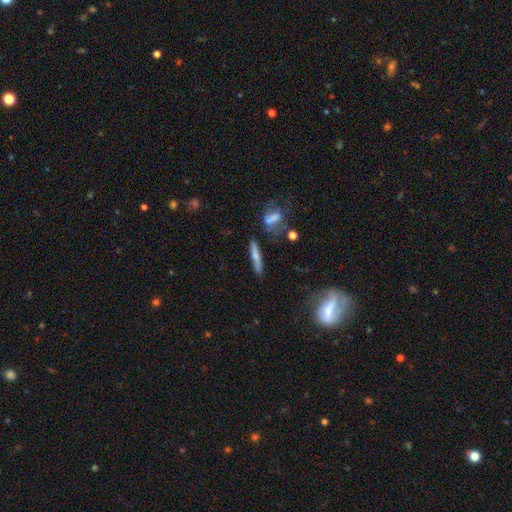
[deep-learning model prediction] smooth_or_featured: smooth (p=0.58) [alt: featured or disk p=0.34]
how_rounded: cigar-shaped (p=0.86) [alt: in between p=0.11]
merging: none (p=0.77) [alt: minor disturbance p=0.13]